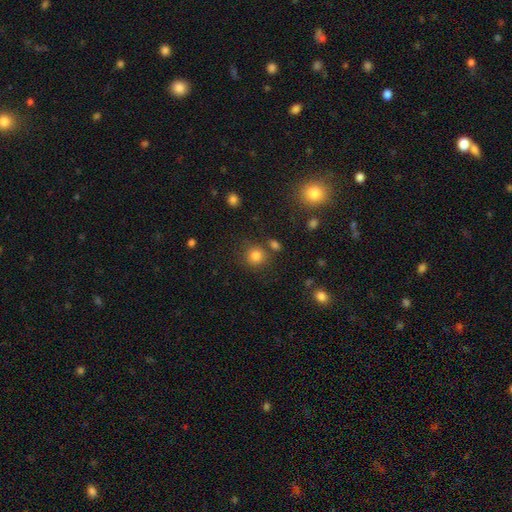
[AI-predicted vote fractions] smooth-or-featured: smooth: 81% | star or artifact: 13% | featured or disk: 6%
  how-rounded: round: 89% | in between: 10% | cigar-shaped: 1%
  merging: none: 78% | minor disturbance: 10% | merger: 8% | major disturbance: 4%